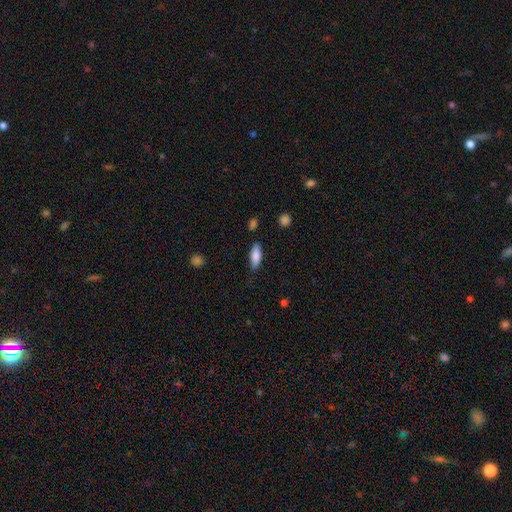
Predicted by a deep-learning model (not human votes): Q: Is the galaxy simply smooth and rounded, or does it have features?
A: smooth — 80%.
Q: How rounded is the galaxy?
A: in between — 73%.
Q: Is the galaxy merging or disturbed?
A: none — 77%.